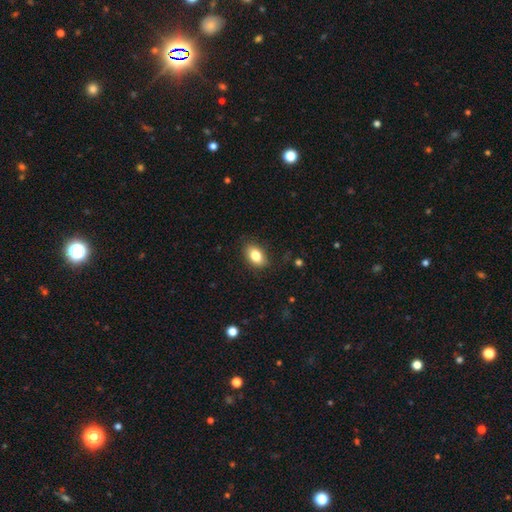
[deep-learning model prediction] This is clearly a smooth galaxy (82%). How rounded: clearly in between (86%). Merging: clearly none (84%).